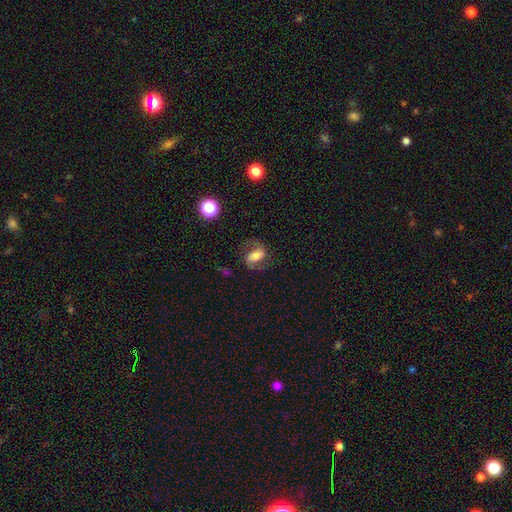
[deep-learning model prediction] This appears to be a featured or disk galaxy (55%) with a strong bar (38%), spiral arms (83%) and a moderate central bulge (51%). Merging: none (67%).